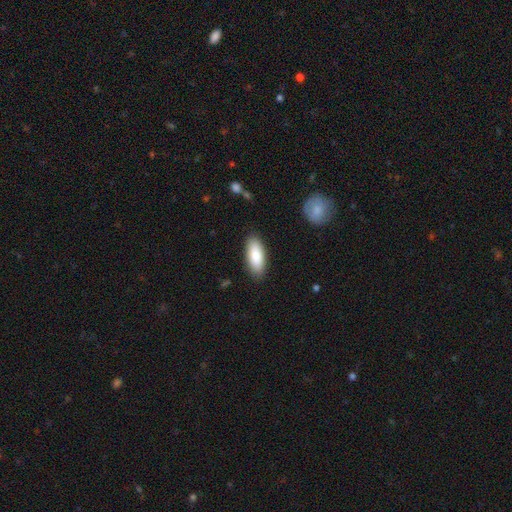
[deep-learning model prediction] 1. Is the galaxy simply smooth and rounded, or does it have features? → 86% smooth, 8% featured or disk, 6% star or artifact.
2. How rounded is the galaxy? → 81% in between, 17% cigar-shaped, 2% round.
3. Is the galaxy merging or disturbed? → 87% none, 9% minor disturbance, 2% major disturbance, 1% merger.